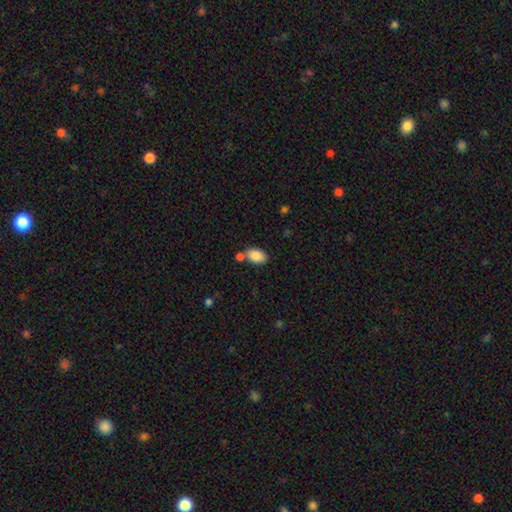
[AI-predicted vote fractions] A smooth galaxy with no disk features (87%) that is in between round and cigar-shaped (91%).

Vote fractions:
- Smooth or featured? smooth: 87% / star or artifact: 7% / featured or disk: 6%
- How rounded? in between: 91% / round: 8% / cigar-shaped: 1%
- Merging? none: 65% / merger: 18% / minor disturbance: 13% / major disturbance: 3%